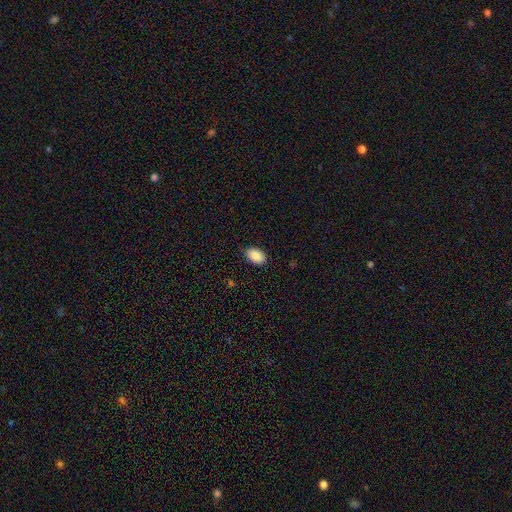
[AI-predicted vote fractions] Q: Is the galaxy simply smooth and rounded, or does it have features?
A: smooth — 90%.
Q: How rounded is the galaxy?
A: in between — 92%.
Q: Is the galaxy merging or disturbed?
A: none — 86%.